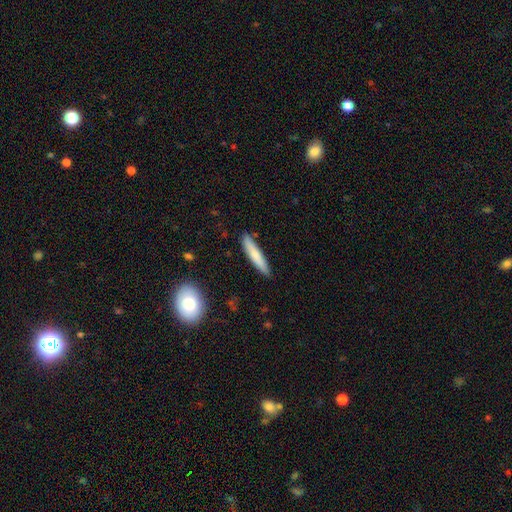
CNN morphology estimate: Smooth or featured? smooth (77%)
How rounded? cigar-shaped (89%)
Merging? none (86%)